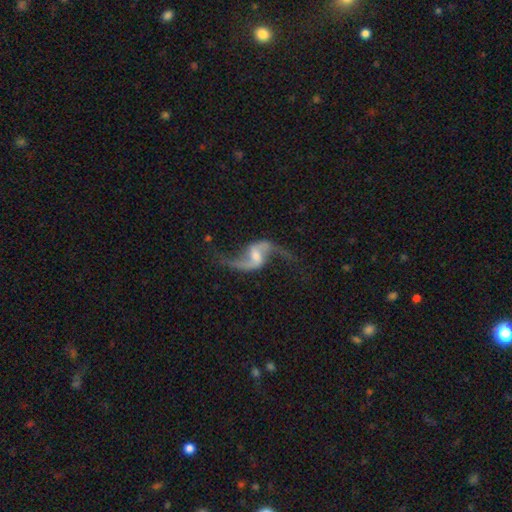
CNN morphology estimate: Overall: featured or disk (91%). Edge-on disk: no (97%). Bar: weak (51%; strong 27%). Spiral arms: yes (97%). Spiral arm count: 2 (94%). Spiral winding: loose (90%). Bulge size: small (41%; moderate 33%). Merging: none (74%).